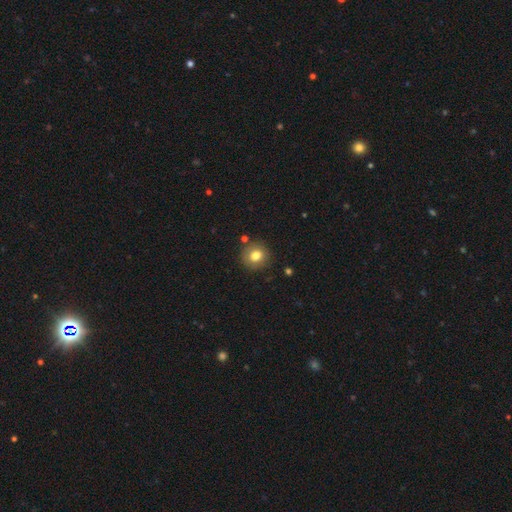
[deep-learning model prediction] This is likely a smooth galaxy (79%). How rounded: clearly round (88%). Merging: clearly none (86%).